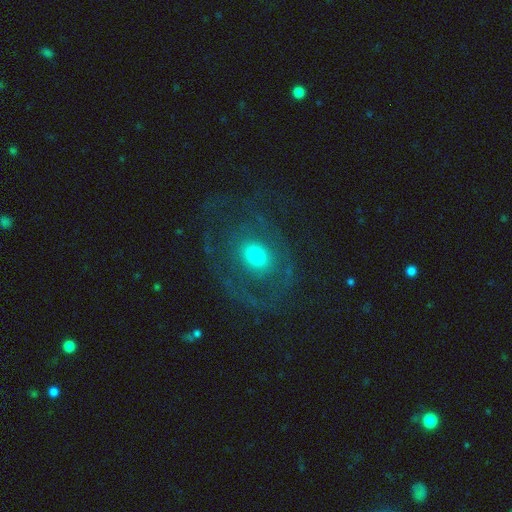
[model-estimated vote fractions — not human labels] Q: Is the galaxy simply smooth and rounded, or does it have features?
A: featured or disk — 66%.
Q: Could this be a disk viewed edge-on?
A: no — 96%.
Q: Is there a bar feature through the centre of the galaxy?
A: no — 82%.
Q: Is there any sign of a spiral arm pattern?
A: yes — 50%, tied with no.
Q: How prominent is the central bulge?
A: moderate — 58%.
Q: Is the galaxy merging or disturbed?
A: none — 67%.